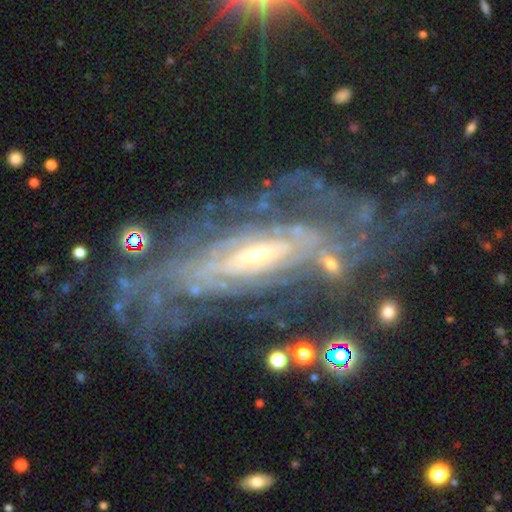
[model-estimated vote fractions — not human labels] Smooth or featured: featured or disk — 88% (smooth — 6%)
Edge-on disk: no — 89% (yes — 11%)
Bar: no — 39% (weak — 35%)
Spiral arms: yes — 94% (no — 6%)
Spiral winding: tight — 67% (medium — 24%)
Spiral arm count: can't tell — 44% (2 — 16%)
Bulge size: small — 63% (moderate — 30%)
Merging: none — 64% (minor disturbance — 18%)